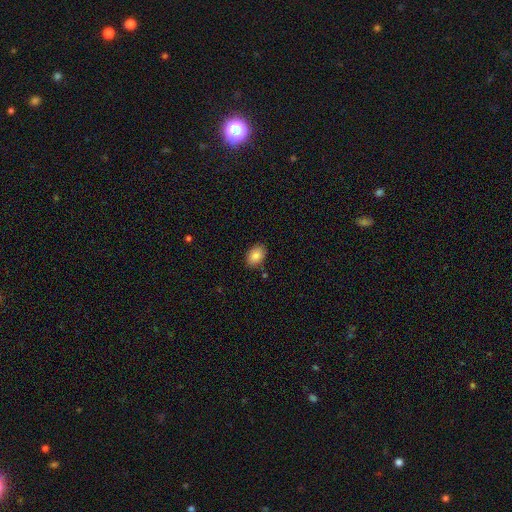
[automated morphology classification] Smooth or featured? smooth (85%)
How rounded? in between (85%)
Merging? none (84%)